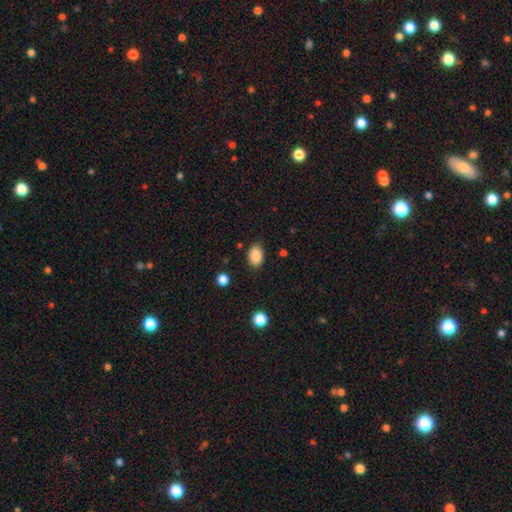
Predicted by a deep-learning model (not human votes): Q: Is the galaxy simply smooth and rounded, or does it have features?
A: smooth — 87%.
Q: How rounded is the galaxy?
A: in between — 83%.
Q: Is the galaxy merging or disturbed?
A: none — 84%.